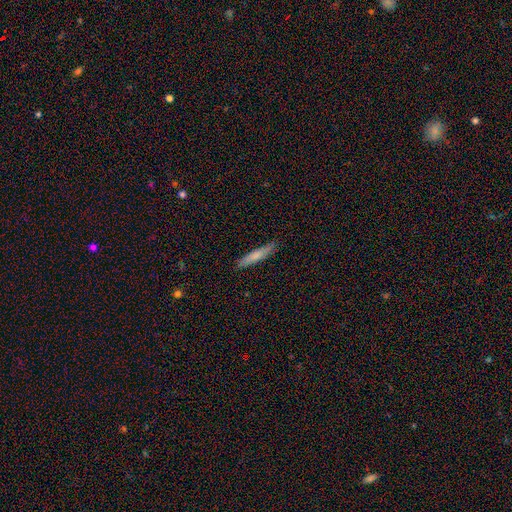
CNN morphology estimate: Smooth or featured?
  - smooth: 72% *
  - featured or disk: 22%
  - star or artifact: 6%
How rounded?
  - cigar-shaped: 91% *
  - in between: 7%
  - round: 1%
Merging?
  - none: 88% *
  - minor disturbance: 9%
  - major disturbance: 2%
  - merger: 1%